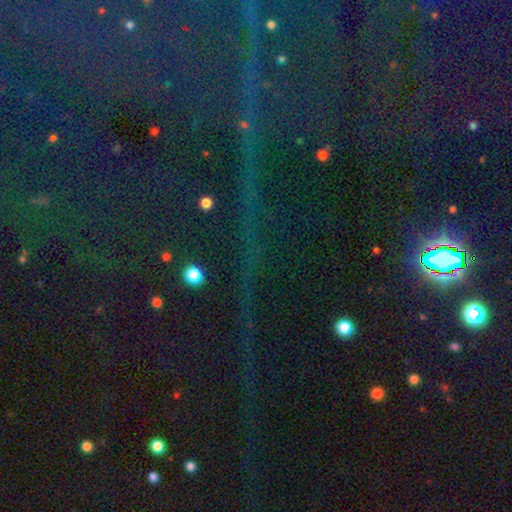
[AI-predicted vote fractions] Smooth or featured?
  - star or artifact: 86% *
  - featured or disk: 7%
  - smooth: 7%